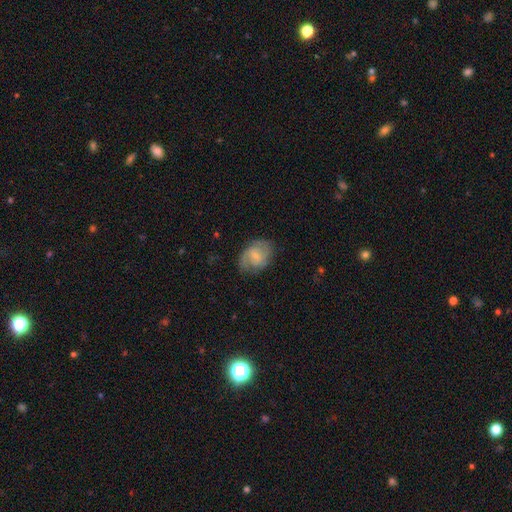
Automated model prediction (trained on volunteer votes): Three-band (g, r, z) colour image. It shows a featured or disk galaxy (58%) with a weak bar (52%), spiral arms (85%) and a small central bulge (63%). Merging: none (70%).